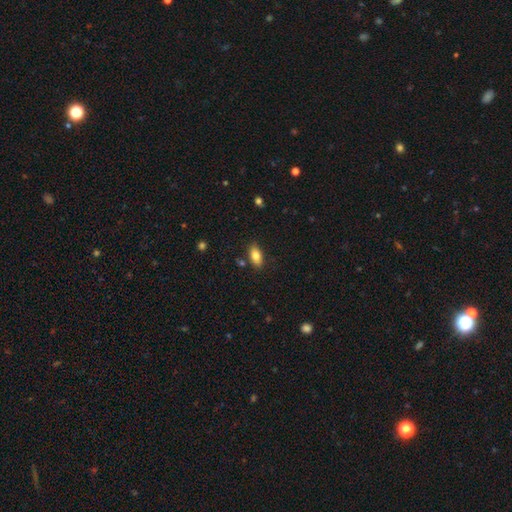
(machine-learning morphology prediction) A smooth galaxy with no disk features (82%) that is in between round and cigar-shaped (90%).

Vote fractions:
- Smooth or featured? smooth: 82% / featured or disk: 10% / star or artifact: 8%
- How rounded? in between: 90% / cigar-shaped: 6% / round: 4%
- Merging? none: 83% / minor disturbance: 11% / merger: 3% / major disturbance: 3%